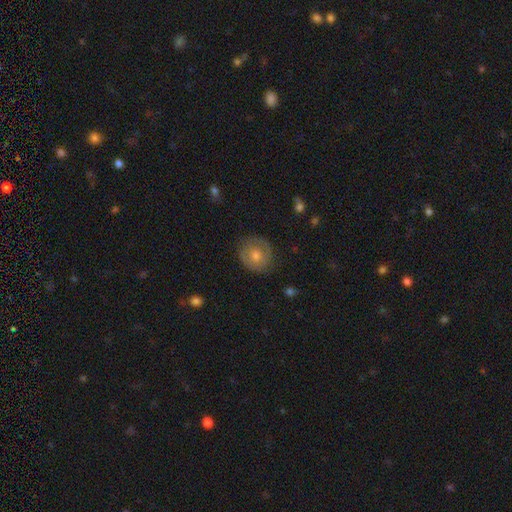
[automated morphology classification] This is possibly a smooth galaxy (48%). Merging: clearly none (82%).